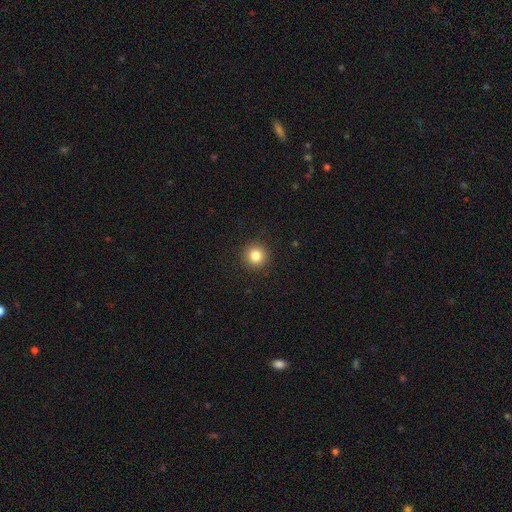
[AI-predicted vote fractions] smooth-or-featured: smooth: 83% | star or artifact: 11% | featured or disk: 6%
  how-rounded: round: 95% | in between: 4% | cigar-shaped: 1%
  merging: none: 92% | minor disturbance: 5% | major disturbance: 2% | merger: 1%